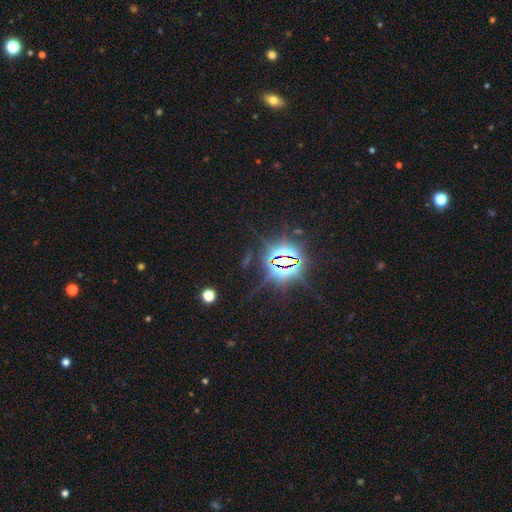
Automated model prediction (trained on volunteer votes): A star or artifact, not a galaxy (86%).

Vote fractions:
- Smooth or featured? star or artifact: 86% / smooth: 8% / featured or disk: 6%